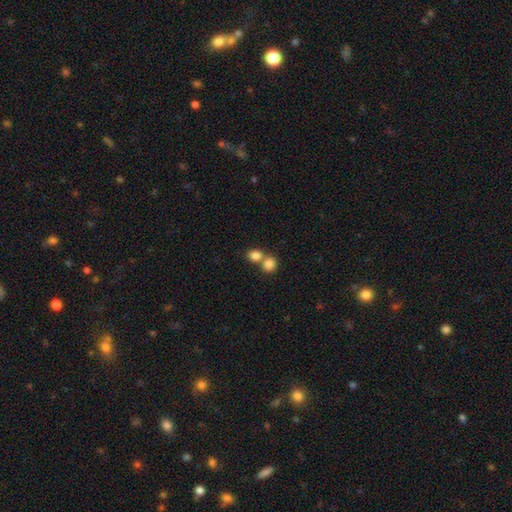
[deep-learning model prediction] Q: Smooth or featured?
A: smooth (83%); runner-up: star or artifact (10%)
Q: How rounded?
A: round (71%); runner-up: in between (28%)
Q: Merging?
A: merger (48%); runner-up: none (43%)